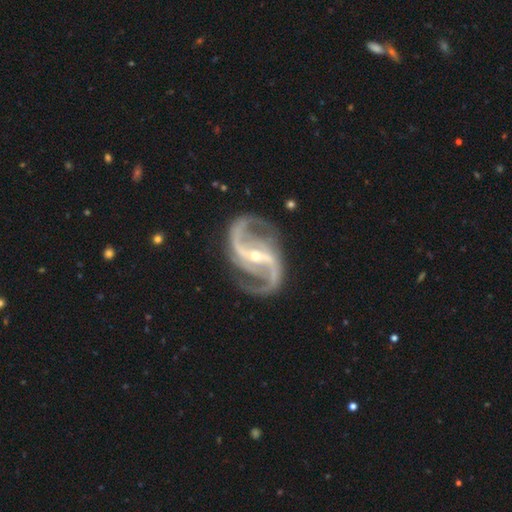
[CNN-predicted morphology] Q: Smooth or featured?
A: featured or disk (94%); runner-up: star or artifact (5%)
Q: Edge-on disk?
A: no (98%); runner-up: yes (2%)
Q: Bar?
A: strong (63%); runner-up: weak (27%)
Q: Spiral arms?
A: yes (99%); runner-up: no (1%)
Q: Spiral winding?
A: medium (55%); runner-up: loose (32%)
Q: Spiral arm count?
A: 2 (90%); runner-up: 3 (3%)
Q: Bulge size?
A: small (63%); runner-up: moderate (33%)
Q: Merging?
A: none (79%); runner-up: minor disturbance (13%)